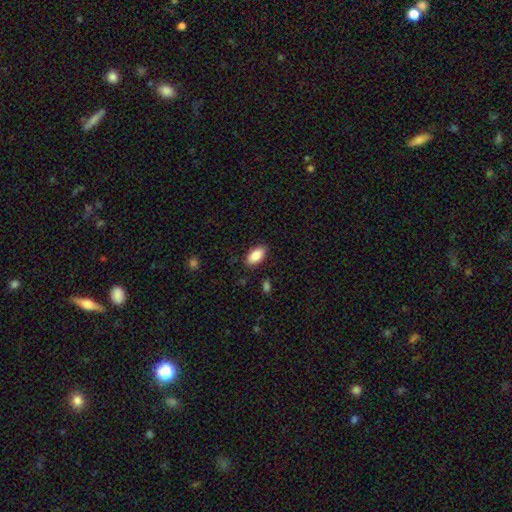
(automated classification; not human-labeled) smooth 87%, star or artifact 7%, featured or disk 6%. Down the decision tree: how rounded — in between (93%); merging — none (86%).